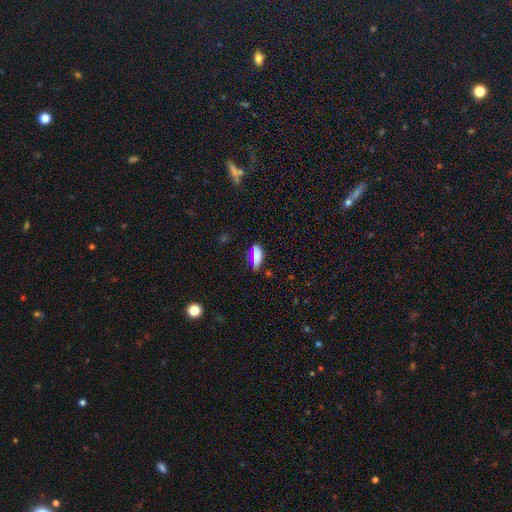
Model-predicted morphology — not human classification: A smooth galaxy with no disk features (80%) that is in between round and cigar-shaped (66%). Merging: none (62%).